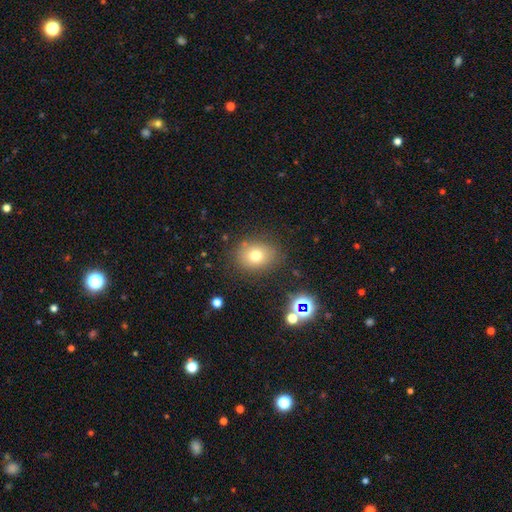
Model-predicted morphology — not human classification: type=smooth (73%); roundness=round (53%); merging=none (81%).